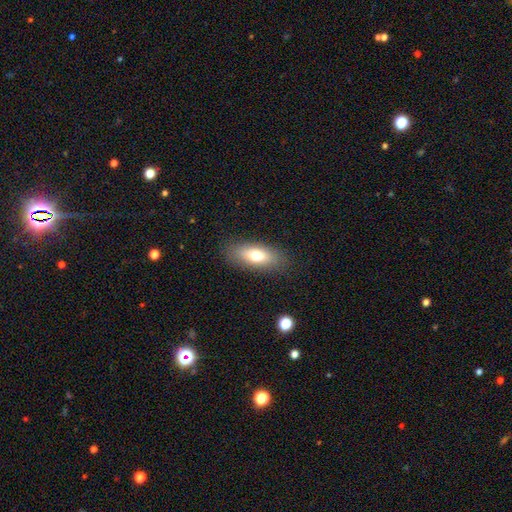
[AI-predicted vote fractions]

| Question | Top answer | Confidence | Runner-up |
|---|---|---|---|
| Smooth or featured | smooth | 71% | featured or disk (21%) |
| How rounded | in between | 77% | cigar-shaped (19%) |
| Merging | none | 85% | minor disturbance (11%) |